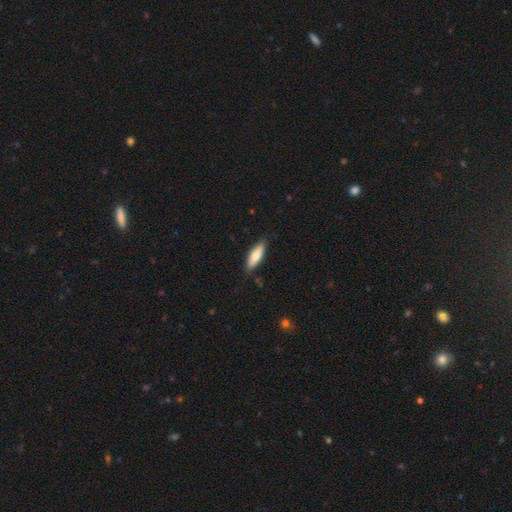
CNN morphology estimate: smooth 72%, featured or disk 22%, star or artifact 6%. Down the decision tree: how rounded — in between (50%); merging — none (85%).